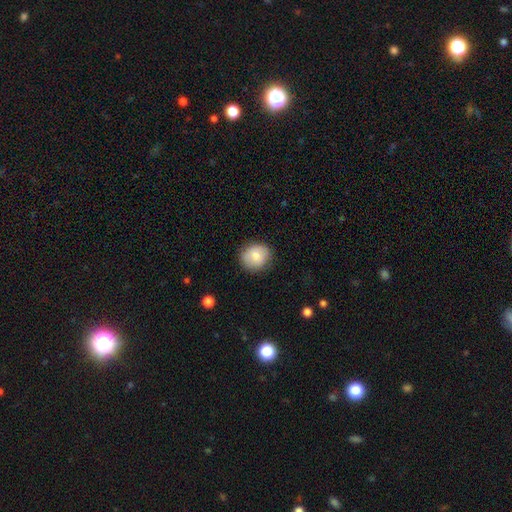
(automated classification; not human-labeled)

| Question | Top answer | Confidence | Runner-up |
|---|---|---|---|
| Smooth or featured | smooth | 78% | featured or disk (15%) |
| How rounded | round | 76% | in between (23%) |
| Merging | none | 83% | minor disturbance (13%) |